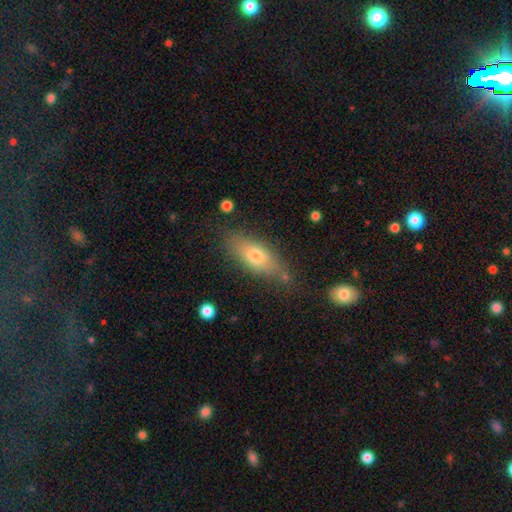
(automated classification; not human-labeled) Smooth or featured? Predicted: smooth (p=0.69). How rounded? Predicted: in between (p=0.71). Merging? Predicted: none (p=0.73).